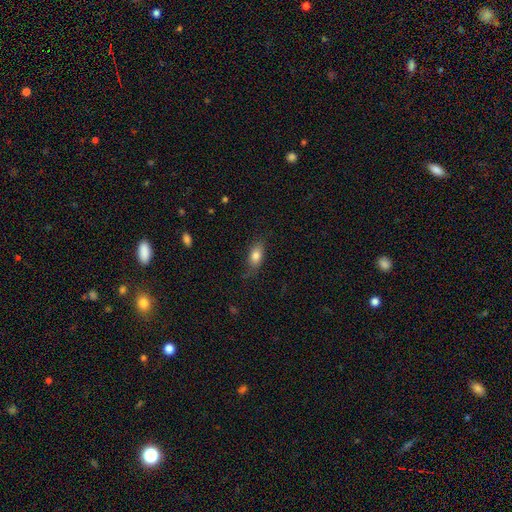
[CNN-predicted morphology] This appears to be a smooth galaxy with no disk features (81%) that is in between round and cigar-shaped (87%). Merging: none (74%).